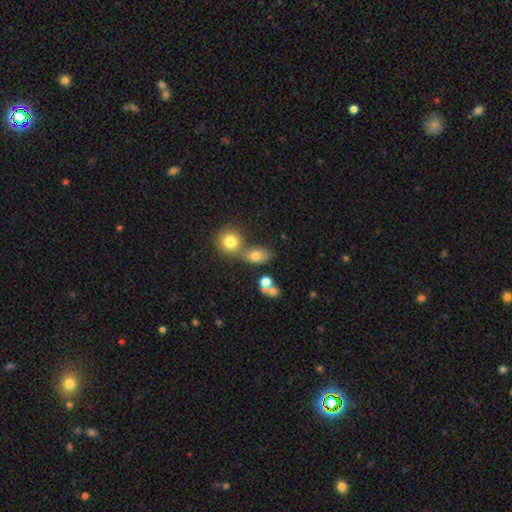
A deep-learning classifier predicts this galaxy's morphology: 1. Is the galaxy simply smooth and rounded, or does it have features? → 73% smooth, 14% star or artifact, 13% featured or disk.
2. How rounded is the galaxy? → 64% in between, 34% round, 2% cigar-shaped.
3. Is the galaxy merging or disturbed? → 48% none, 36% merger, 11% minor disturbance, 5% major disturbance.